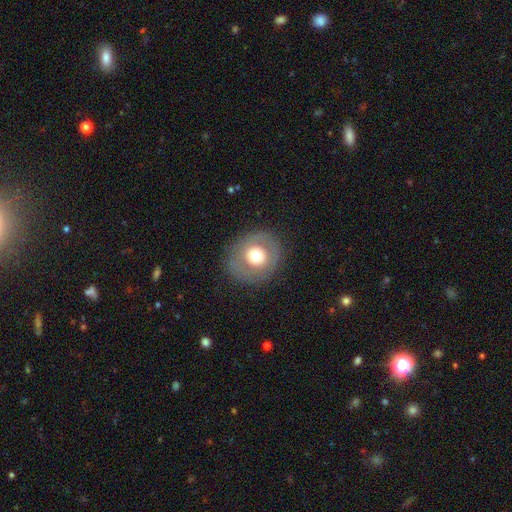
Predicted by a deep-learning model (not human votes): Smooth or featured: smooth — 59% (featured or disk — 33%)
How rounded: round — 85% (in between — 14%)
Merging: none — 84% (minor disturbance — 9%)